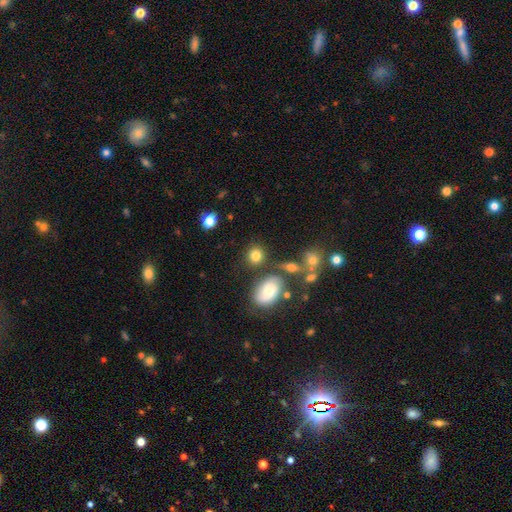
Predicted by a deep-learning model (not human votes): smooth_or_featured: smooth (p=0.80) [alt: star or artifact p=0.10]
how_rounded: round (p=0.77) [alt: in between p=0.22]
merging: none (p=0.73) [alt: minor disturbance p=0.11]